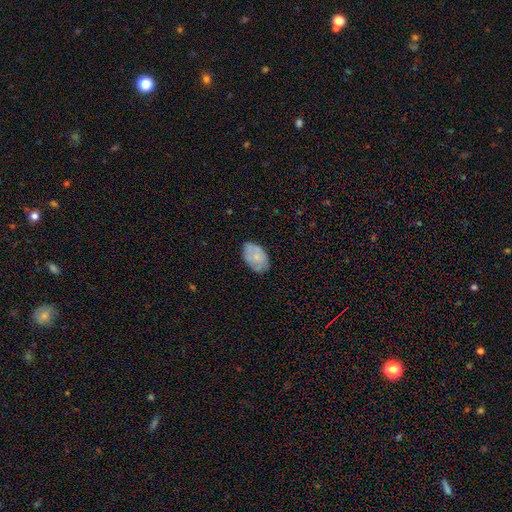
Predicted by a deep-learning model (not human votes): Overall: smooth (63%; featured or disk 30%). How rounded: in between (90%). Merging: none (73%).